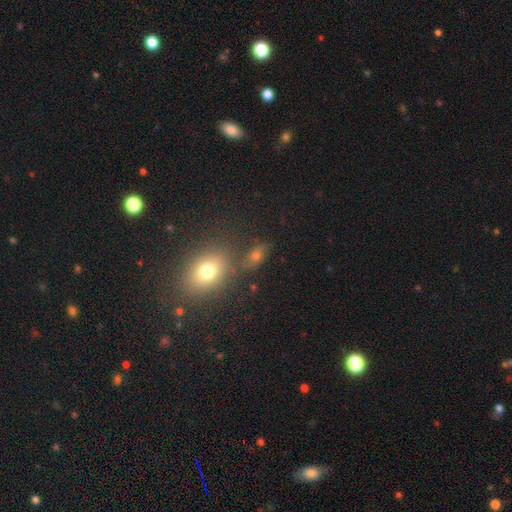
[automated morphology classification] Smooth or featured?
  - smooth: 59% *
  - star or artifact: 23%
  - featured or disk: 18%
How rounded?
  - in between: 73% *
  - round: 21%
  - cigar-shaped: 6%
Merging?
  - none: 67% *
  - minor disturbance: 14%
  - merger: 12%
  - major disturbance: 7%